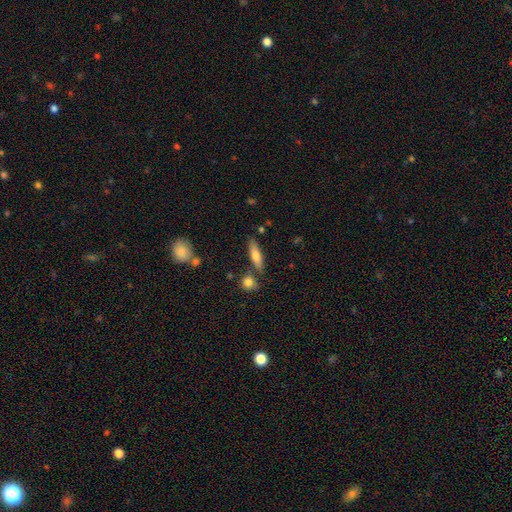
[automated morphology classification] smooth-or-featured: smooth: 70% | featured or disk: 23% | star or artifact: 7%
  how-rounded: cigar-shaped: 62% | in between: 35% | round: 3%
  merging: none: 75% | minor disturbance: 13% | merger: 9% | major disturbance: 3%